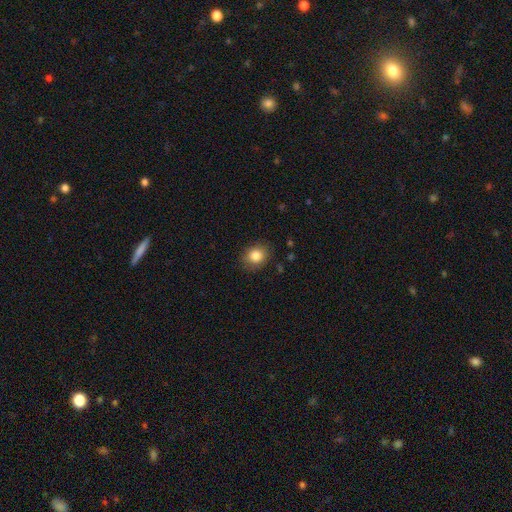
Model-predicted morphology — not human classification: Smooth or featured?
  - smooth: 84% *
  - star or artifact: 9%
  - featured or disk: 6%
How rounded?
  - round: 64% *
  - in between: 35%
  - cigar-shaped: 1%
Merging?
  - none: 83% *
  - minor disturbance: 12%
  - major disturbance: 3%
  - merger: 1%